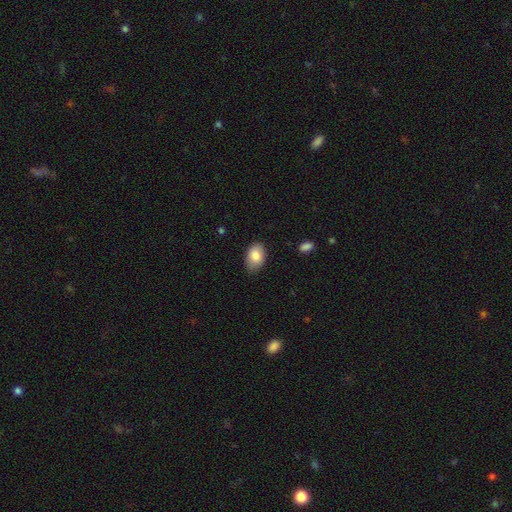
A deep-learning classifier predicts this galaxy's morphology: A smooth galaxy with no disk features (83%) that is in between round and cigar-shaped (88%). Merging: none (74%).